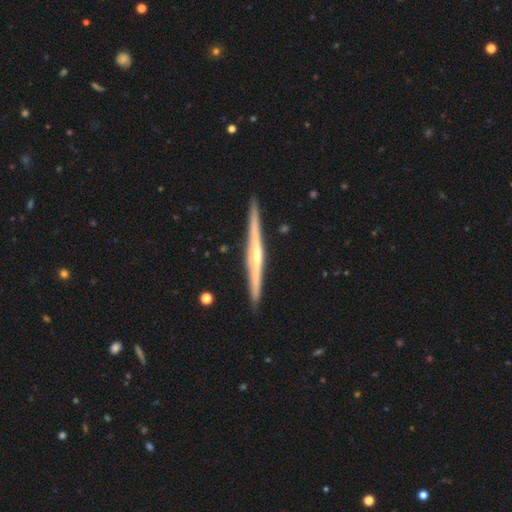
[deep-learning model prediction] Morphology: type=featured or disk (79%); edge-on=yes (98%); edge-on bulge=rounded (63%); merging=none (92%).